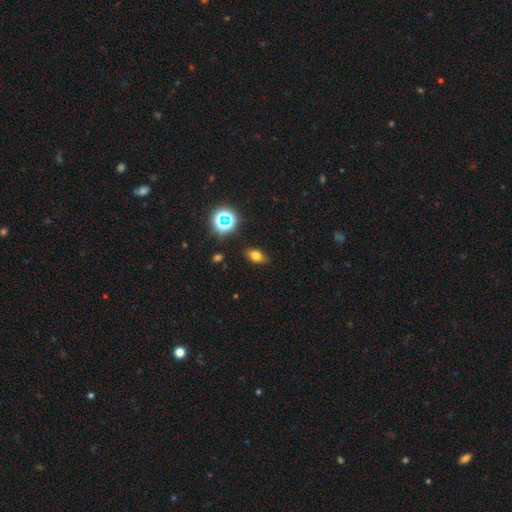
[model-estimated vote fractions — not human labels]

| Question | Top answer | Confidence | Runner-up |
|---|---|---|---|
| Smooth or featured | smooth | 73% | star or artifact (17%) |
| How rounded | in between | 81% | round (15%) |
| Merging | none | 84% | minor disturbance (12%) |